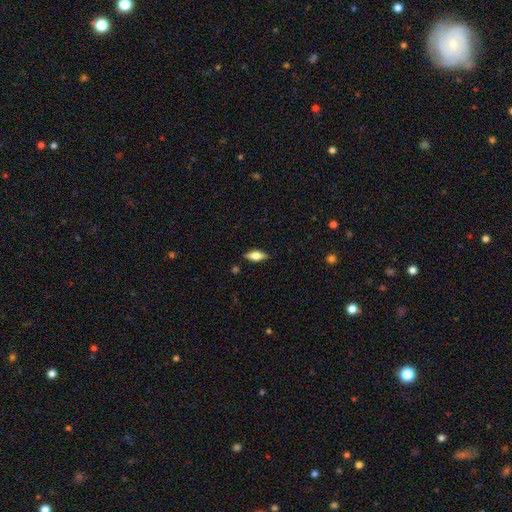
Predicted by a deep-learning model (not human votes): The model was most divided on "smooth or featured": smooth: 59%, featured or disk: 34%, star or artifact: 7%. More confident: merging — none (86%); how rounded — in between (69%).